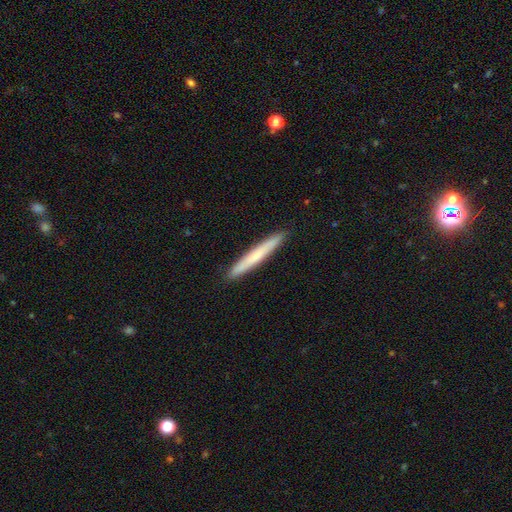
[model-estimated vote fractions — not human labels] Smooth or featured: smooth — 59% (featured or disk — 36%)
How rounded: cigar-shaped — 96% (in between — 2%)
Merging: none — 92% (minor disturbance — 6%)